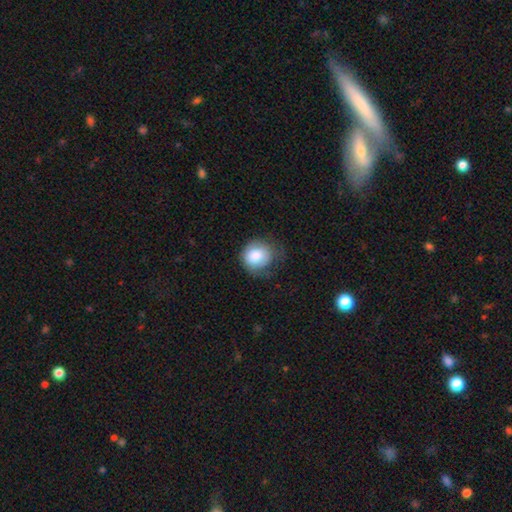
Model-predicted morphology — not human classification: This appears to be a smooth galaxy with no disk features (82%) that is round (80%). Merging: none (56%).